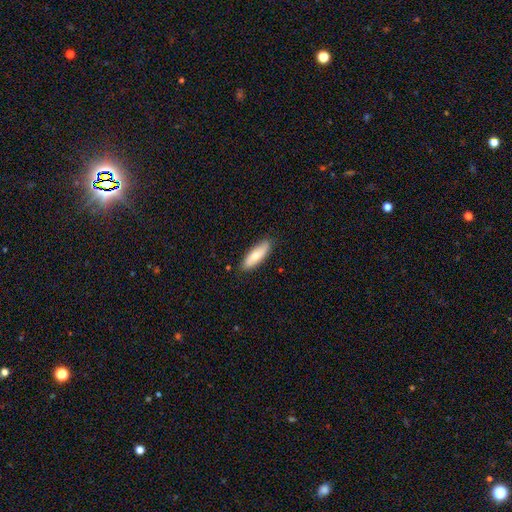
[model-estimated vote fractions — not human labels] Morphology: type=smooth (74%); roundness=in between (54%); merging=none (86%).